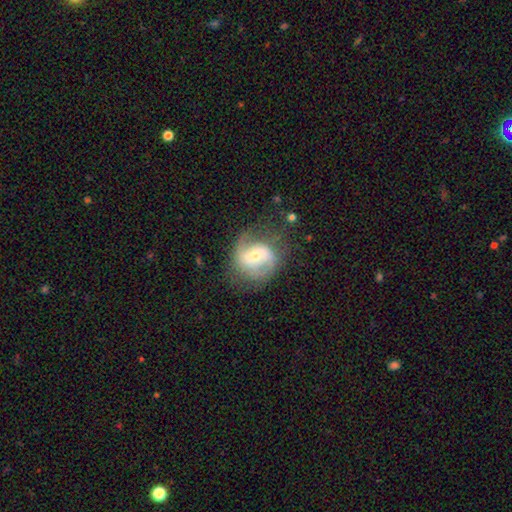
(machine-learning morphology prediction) type=featured or disk (73%); edge-on=no (97%); bar=weak (42%); spiral arms=yes (88%); winding=medium (46%); arm count=2 (78%); bulge=moderate (47%, tied with small); merging=none (63%).